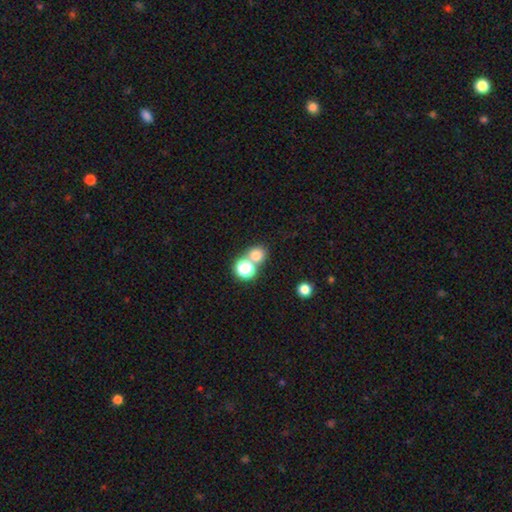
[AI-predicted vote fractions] Smooth or featured?
  - smooth: 73% *
  - star or artifact: 19%
  - featured or disk: 8%
How rounded?
  - round: 82% *
  - in between: 17%
  - cigar-shaped: 1%
Merging?
  - none: 57% *
  - merger: 34%
  - minor disturbance: 7%
  - major disturbance: 3%